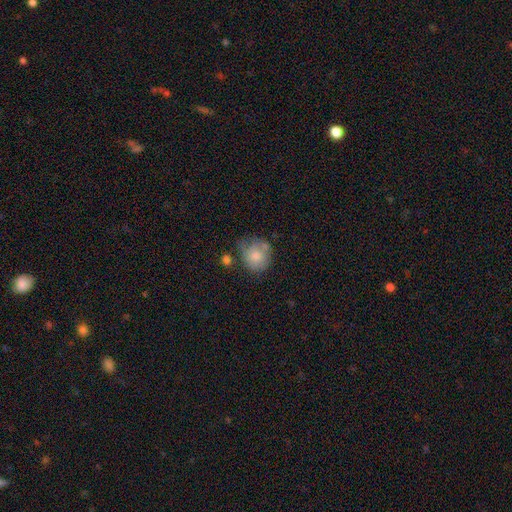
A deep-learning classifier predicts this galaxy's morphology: type=smooth (76%); roundness=round (80%); merging=none (47%).